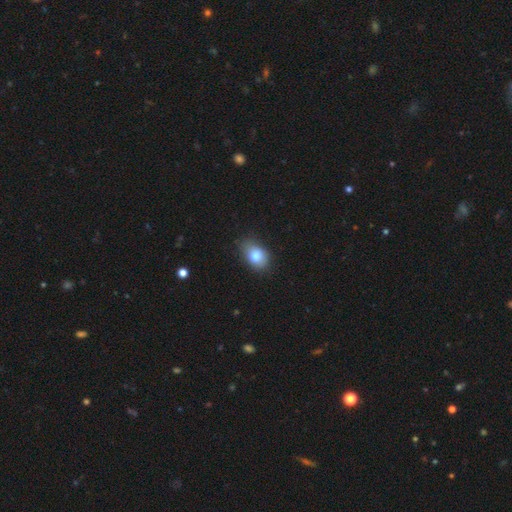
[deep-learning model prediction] A smooth galaxy with no disk features (81%) that is in between round and cigar-shaped (79%).

Vote fractions:
- Smooth or featured? smooth: 81% / featured or disk: 11% / star or artifact: 9%
- How rounded? in between: 79% / round: 20% / cigar-shaped: 1%
- Merging? none: 67% / minor disturbance: 26% / major disturbance: 6% / merger: 2%